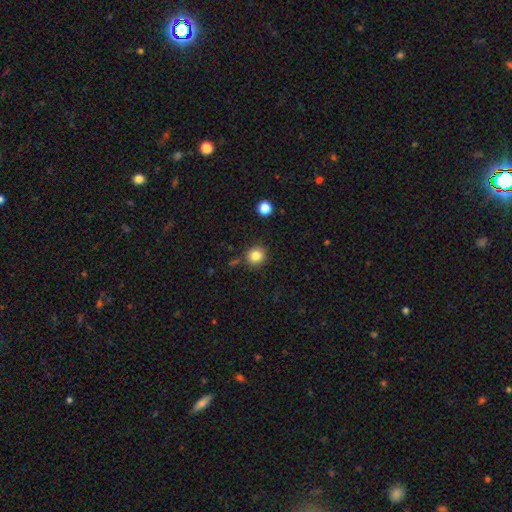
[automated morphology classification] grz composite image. It shows a smooth galaxy with no disk features (84%) that is round (90%). Merging: none (86%).